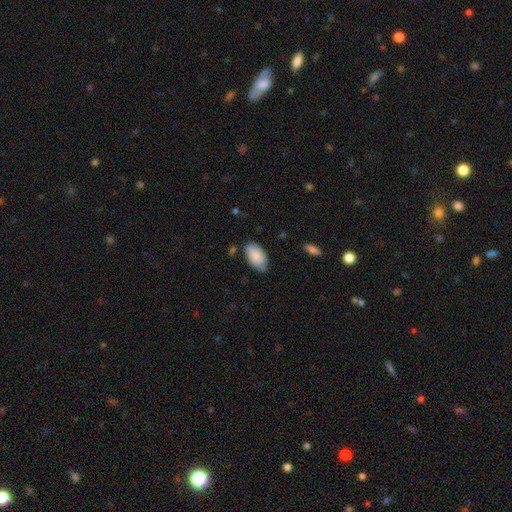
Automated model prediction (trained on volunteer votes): The model was most divided on "merging": none: 68%, minor disturbance: 25%, major disturbance: 4%, merger: 3%. More confident: how rounded — in between (95%); smooth or featured — smooth (87%).